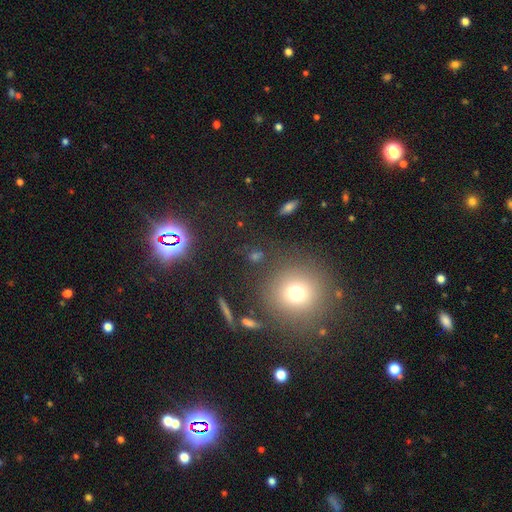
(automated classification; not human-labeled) A smooth galaxy with no disk features (47%).

Vote fractions:
- Smooth or featured? smooth: 47% / star or artifact: 42% / featured or disk: 11%
- Merging? none: 79% / minor disturbance: 10% / merger: 6% / major disturbance: 5%